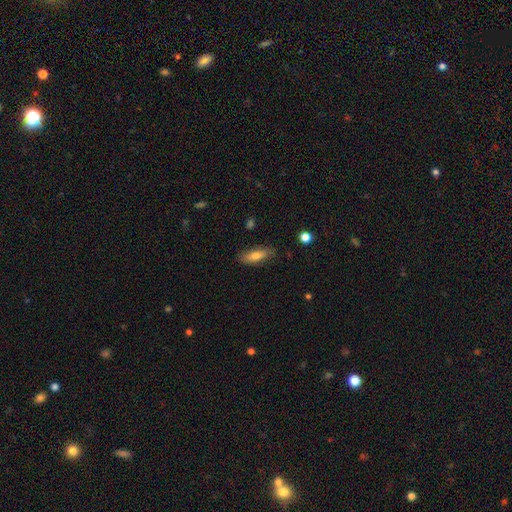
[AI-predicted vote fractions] Smooth or featured? smooth (72%)
How rounded? in between (55%)
Merging? none (83%)